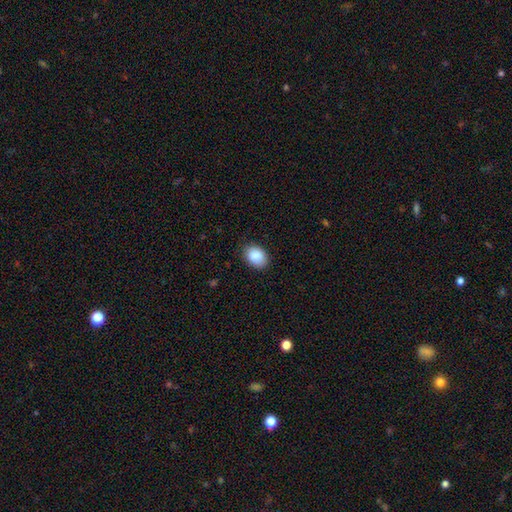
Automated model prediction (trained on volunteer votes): Q: Smooth or featured?
A: smooth (90%); runner-up: star or artifact (7%)
Q: How rounded?
A: in between (78%); runner-up: round (21%)
Q: Merging?
A: none (85%); runner-up: minor disturbance (11%)